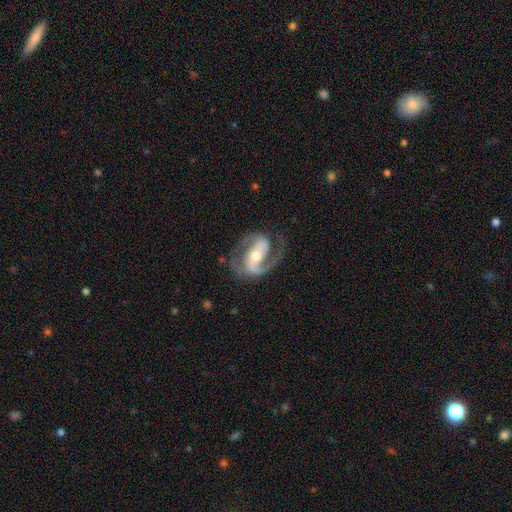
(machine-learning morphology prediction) Smooth or featured? featured or disk (91%)
Edge-on disk? no (97%)
Bar? strong (41%)
Spiral arms? yes (97%)
Spiral winding? medium (56%)
Spiral arm count? 2 (85%)
Bulge size? moderate (62%)
Merging? none (73%)